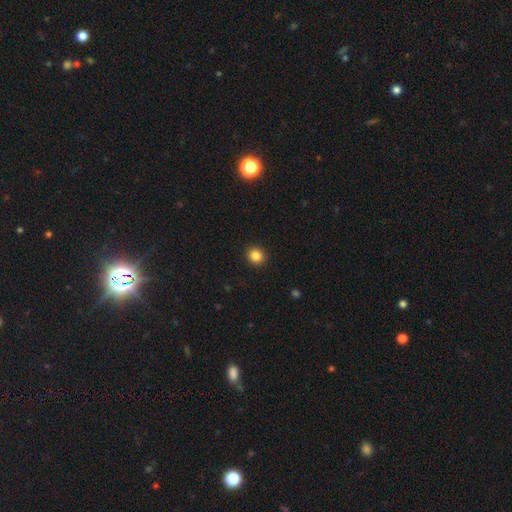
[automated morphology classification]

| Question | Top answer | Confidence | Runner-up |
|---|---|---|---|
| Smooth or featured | smooth | 85% | star or artifact (11%) |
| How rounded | round | 80% | in between (19%) |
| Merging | none | 92% | minor disturbance (5%) |